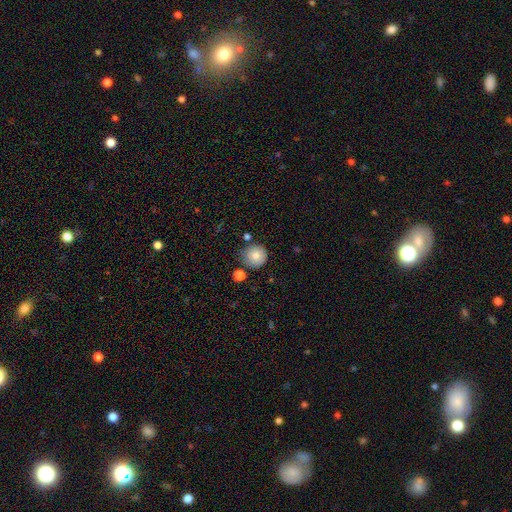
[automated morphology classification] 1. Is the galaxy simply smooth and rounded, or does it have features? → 79% smooth, 11% featured or disk, 10% star or artifact.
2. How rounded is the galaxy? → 95% round, 5% in between, 1% cigar-shaped.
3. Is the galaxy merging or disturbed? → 79% none, 12% minor disturbance, 5% merger, 3% major disturbance.